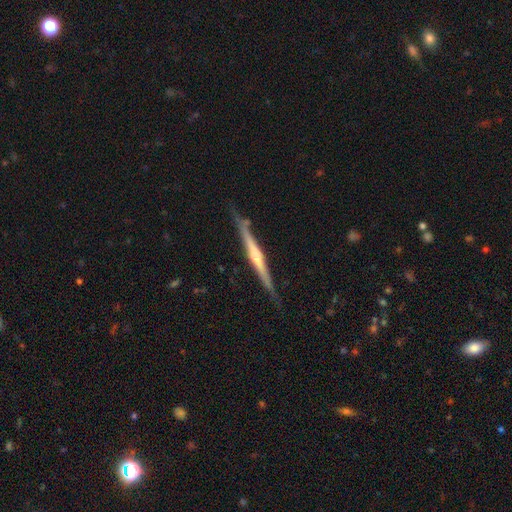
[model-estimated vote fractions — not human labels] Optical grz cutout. It shows a featured or disk galaxy (79%) viewed edge-on (98%) with a rounded central bulge (77%). Merging: none (83%).